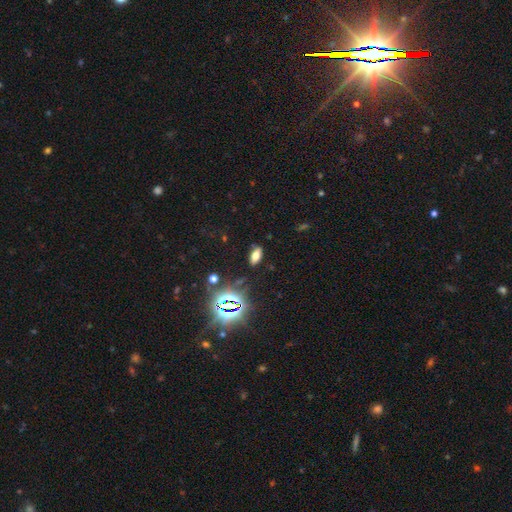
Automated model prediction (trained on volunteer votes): smooth_or_featured: smooth (p=0.59) [alt: star or artifact p=0.26]
how_rounded: in between (p=0.81) [alt: cigar-shaped p=0.14]
merging: none (p=0.84) [alt: minor disturbance p=0.10]